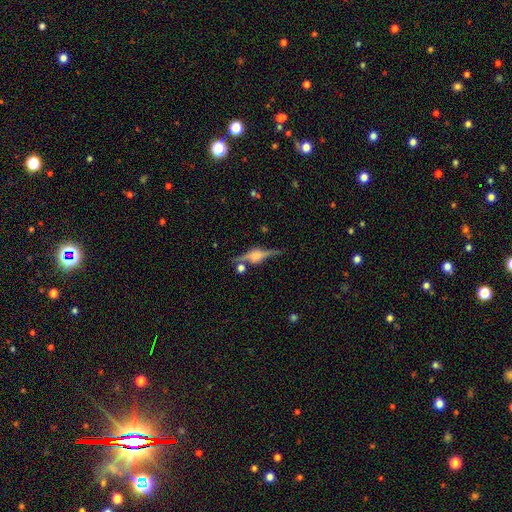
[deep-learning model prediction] Q: Smooth or featured?
A: featured or disk (80%); runner-up: smooth (12%)
Q: Edge-on disk?
A: yes (97%); runner-up: no (3%)
Q: Edge-on bulge?
A: rounded (81%); runner-up: boxy (16%)
Q: Merging?
A: none (79%); runner-up: minor disturbance (12%)